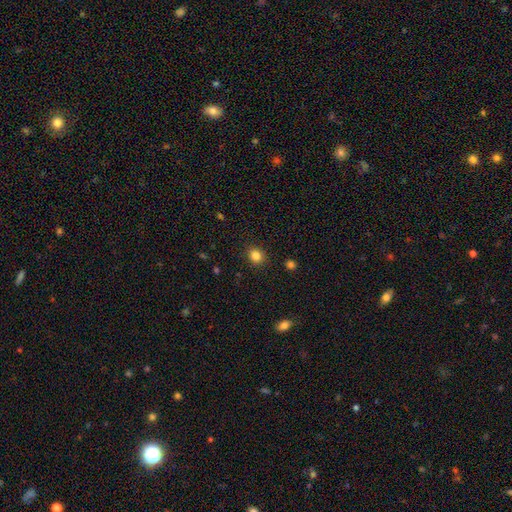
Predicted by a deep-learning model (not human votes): The model was most divided on "how rounded": round: 75%, in between: 25%, cigar-shaped: 1%. More confident: merging — none (89%); smooth or featured — smooth (84%).